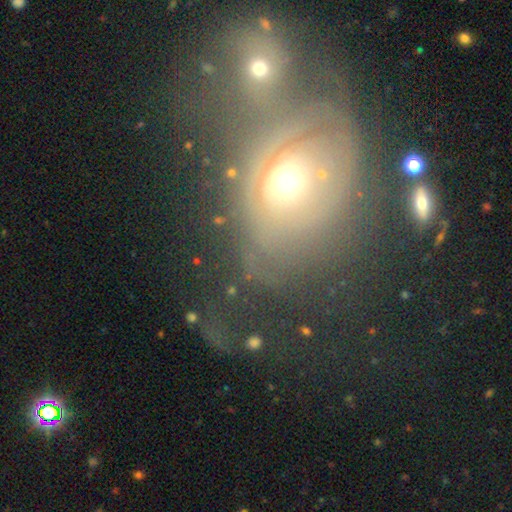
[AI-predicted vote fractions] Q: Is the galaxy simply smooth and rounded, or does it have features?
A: featured or disk — 37%.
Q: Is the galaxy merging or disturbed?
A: none — 60%.